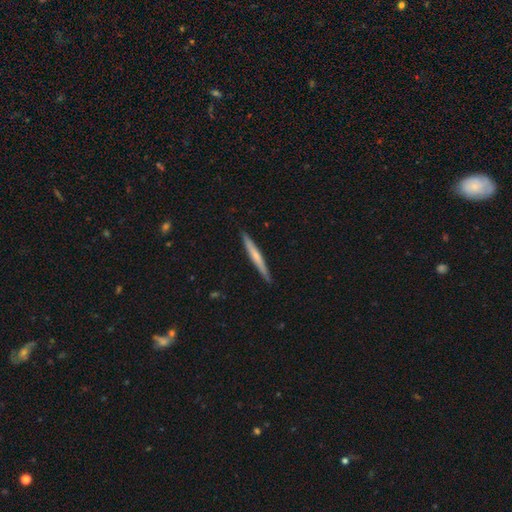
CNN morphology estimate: Smooth or featured?
  - smooth: 50% *
  - featured or disk: 45%
  - star or artifact: 5%
Merging?
  - none: 90% *
  - minor disturbance: 8%
  - major disturbance: 1%
  - merger: 1%